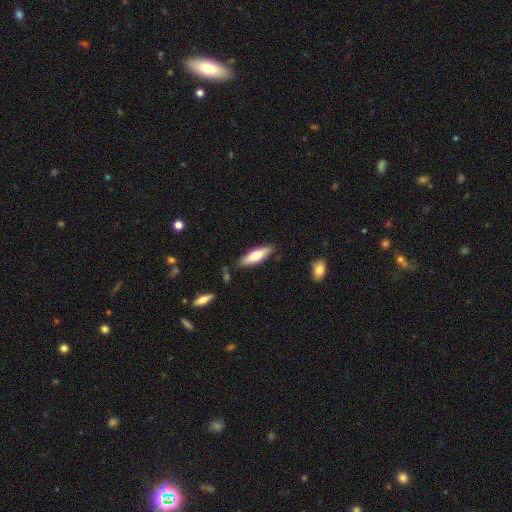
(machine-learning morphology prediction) Smooth or featured? smooth (61%)
How rounded? cigar-shaped (54%)
Merging? none (83%)